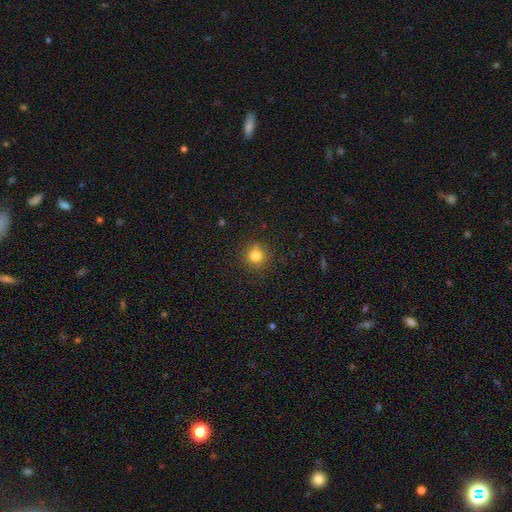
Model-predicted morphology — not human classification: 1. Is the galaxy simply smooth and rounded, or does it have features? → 80% smooth, 14% star or artifact, 6% featured or disk.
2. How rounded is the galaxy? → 93% round, 6% in between, 1% cigar-shaped.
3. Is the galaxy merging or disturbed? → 86% none, 9% minor disturbance, 3% merger, 3% major disturbance.